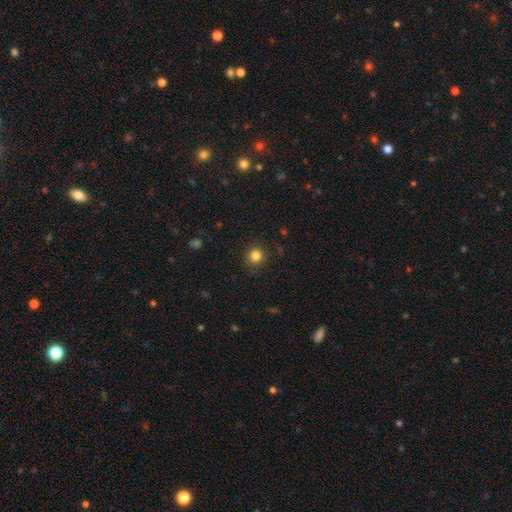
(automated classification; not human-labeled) This is clearly a smooth galaxy (83%). How rounded: clearly round (93%). Merging: clearly none (89%).